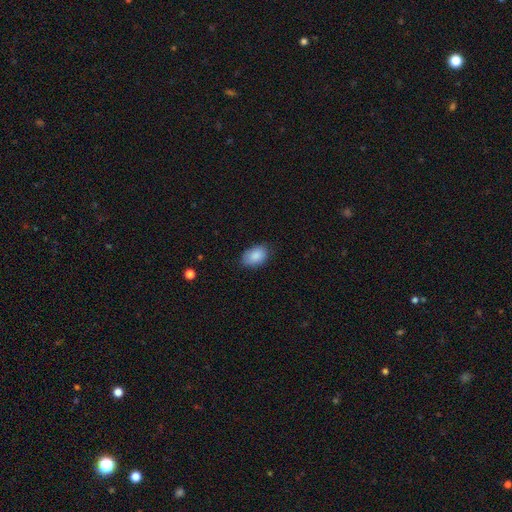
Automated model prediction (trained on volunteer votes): This appears to be a smooth galaxy with no disk features (88%) that is in between round and cigar-shaped (89%). Merging: none (78%).